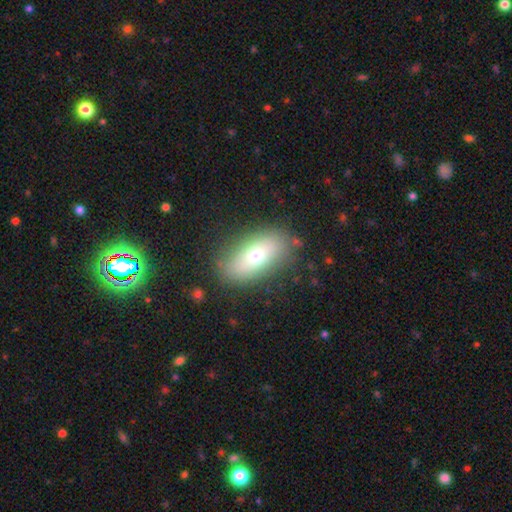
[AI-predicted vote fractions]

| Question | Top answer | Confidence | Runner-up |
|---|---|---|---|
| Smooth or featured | smooth | 66% | featured or disk (24%) |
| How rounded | in between | 85% | cigar-shaped (8%) |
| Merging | none | 83% | minor disturbance (11%) |